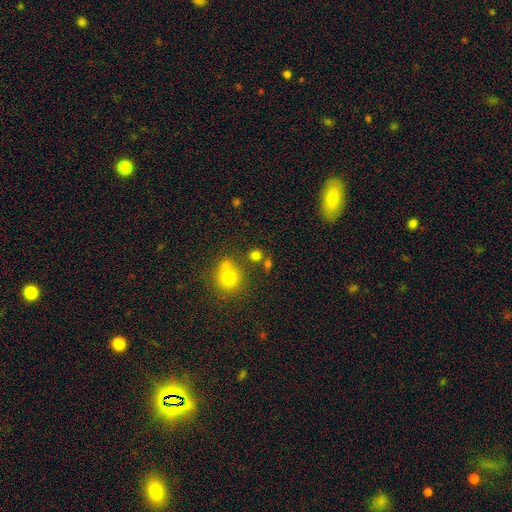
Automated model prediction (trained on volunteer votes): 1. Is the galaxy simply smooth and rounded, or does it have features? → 74% smooth, 18% star or artifact, 8% featured or disk.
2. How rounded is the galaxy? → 81% round, 18% in between, 1% cigar-shaped.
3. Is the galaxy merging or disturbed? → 64% none, 24% merger, 9% minor disturbance, 4% major disturbance.